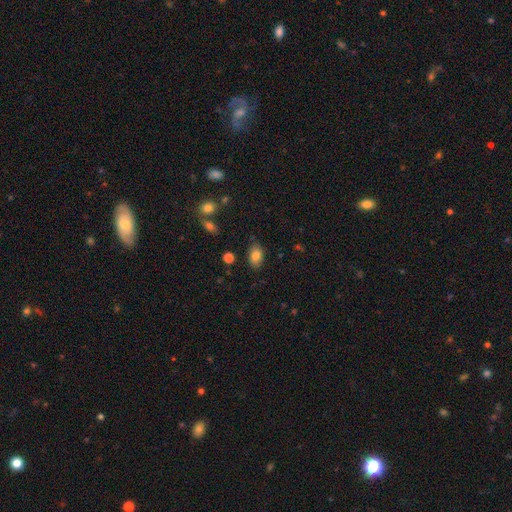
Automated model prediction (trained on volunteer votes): smooth_or_featured: smooth (p=0.83) [alt: featured or disk p=0.09]
how_rounded: in between (p=0.89) [alt: round p=0.09]
merging: none (p=0.82) [alt: minor disturbance p=0.14]